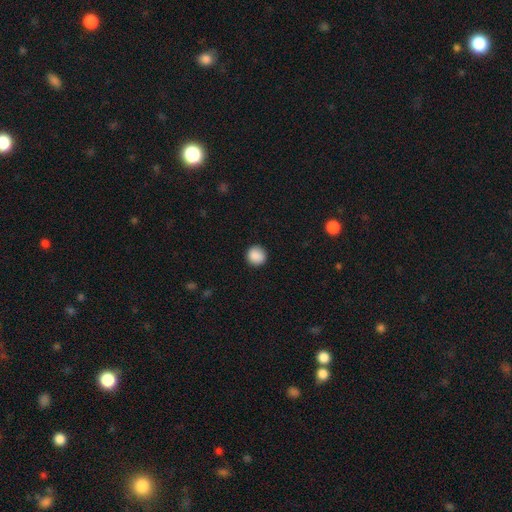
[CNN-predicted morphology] This is clearly a smooth galaxy (89%). How rounded: clearly round (93%). Merging: clearly none (91%).